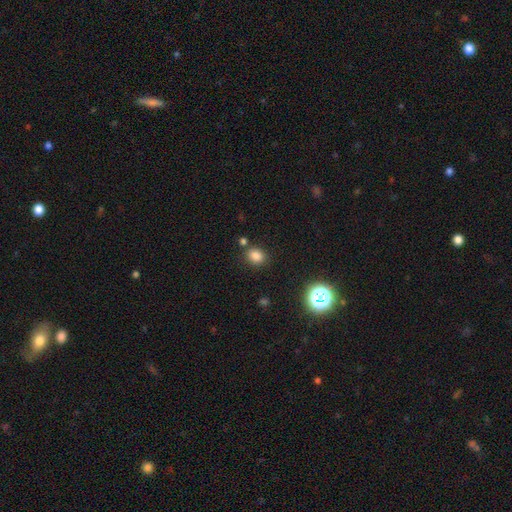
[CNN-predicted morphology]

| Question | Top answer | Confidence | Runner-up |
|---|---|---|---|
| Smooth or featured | smooth | 81% | star or artifact (14%) |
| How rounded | round | 53% | in between (46%) |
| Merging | none | 78% | minor disturbance (11%) |